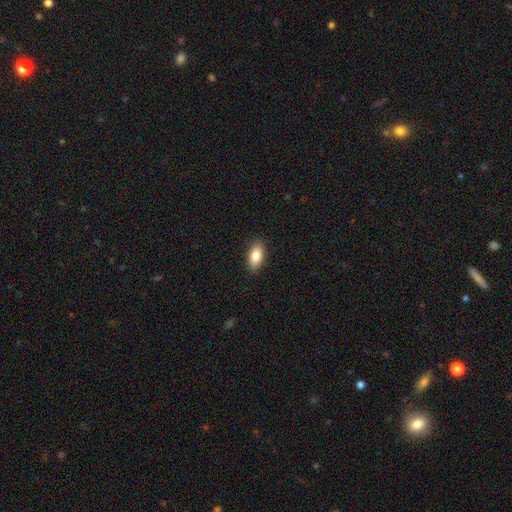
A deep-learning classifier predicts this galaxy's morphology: Smooth or featured: smooth — 85% (featured or disk — 9%)
How rounded: in between — 89% (cigar-shaped — 8%)
Merging: none — 89% (minor disturbance — 8%)